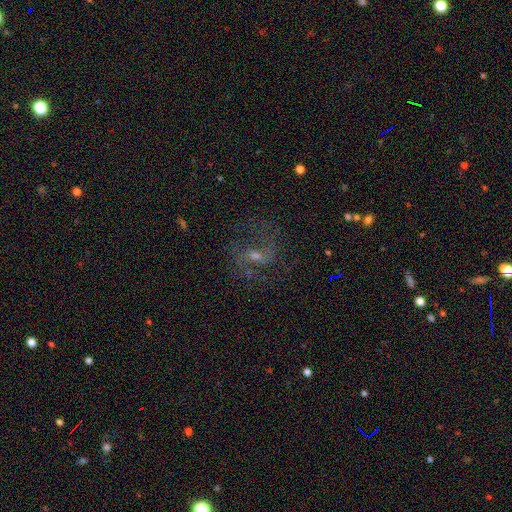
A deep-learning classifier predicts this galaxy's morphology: Smooth or featured? featured or disk (72%)
Edge-on disk? no (97%)
Bar? weak (51%)
Spiral arms? yes (89%)
Spiral winding? medium (50%)
Spiral arm count? 2 (77%)
Bulge size? moderate (46%)
Merging? none (67%)